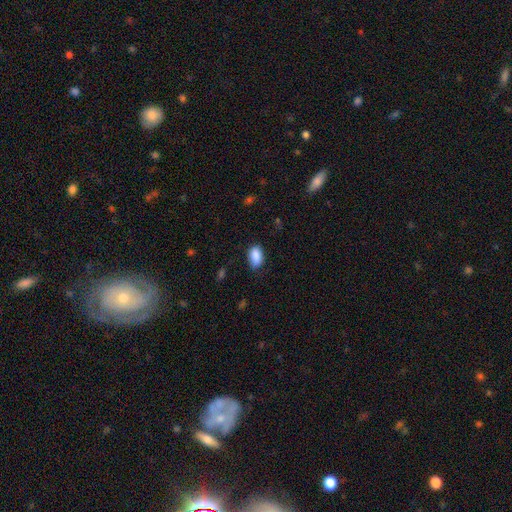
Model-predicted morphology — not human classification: A smooth galaxy with no disk features (89%) that is in between round and cigar-shaped (91%).

Vote fractions:
- Smooth or featured? smooth: 89% / star or artifact: 7% / featured or disk: 4%
- How rounded? in between: 91% / round: 7% / cigar-shaped: 2%
- Merging? none: 73% / minor disturbance: 22% / major disturbance: 4% / merger: 1%